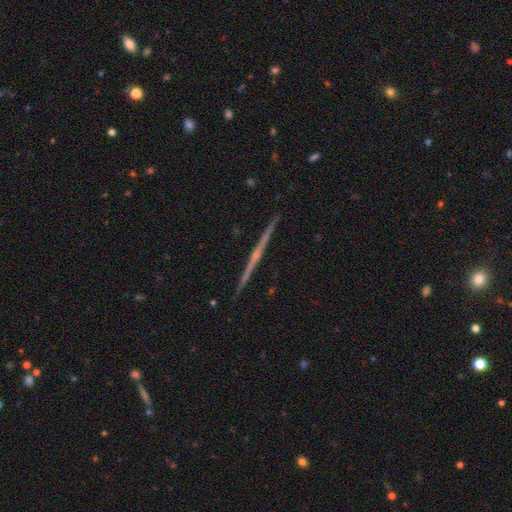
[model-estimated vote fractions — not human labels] Smooth or featured? featured or disk (80%)
Edge-on disk? yes (99%)
Edge-on bulge? rounded (48%)
Merging? none (93%)